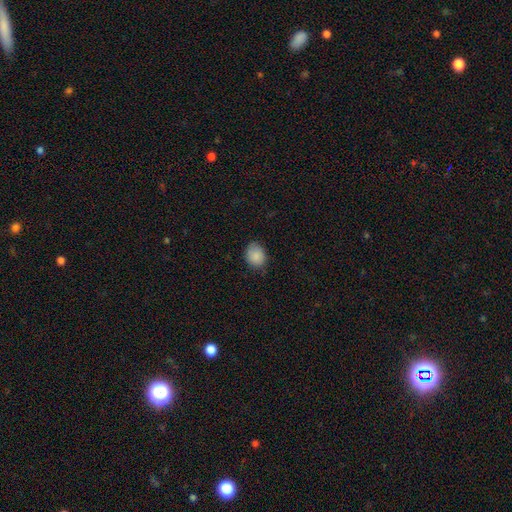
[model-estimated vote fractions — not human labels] Morphology: type=smooth (87%); roundness=round (52%); merging=none (73%).